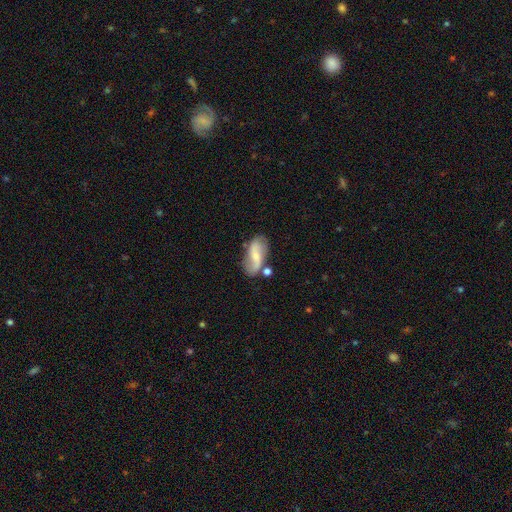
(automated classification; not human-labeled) Smooth or featured? Predicted: featured or disk (p=0.62). Edge-on disk? Predicted: no (p=0.95). Bar? Predicted: weak (p=0.42). Spiral arms? Predicted: yes (p=0.89). Spiral winding? Predicted: loose (p=0.72). Spiral arm count? Predicted: 2 (p=0.90). Bulge size? Predicted: small (p=0.48). Merging? Predicted: none (p=0.64).